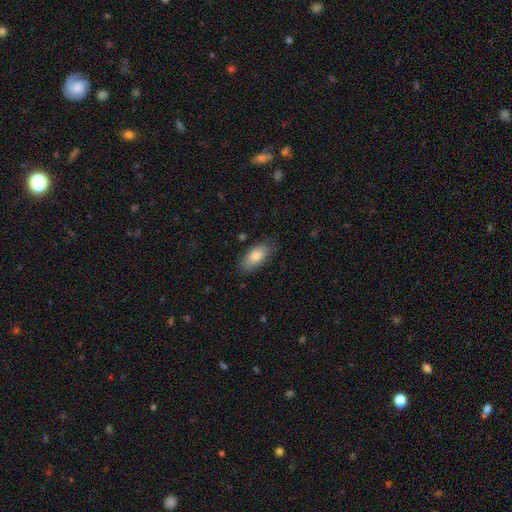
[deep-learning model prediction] A smooth galaxy with no disk features (83%) that is in between round and cigar-shaped (87%). Merging: none (80%).